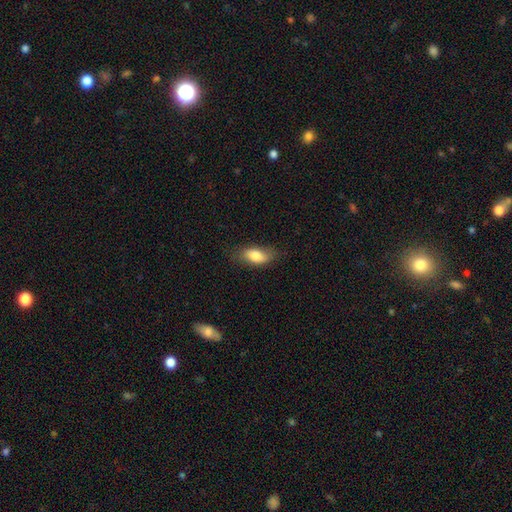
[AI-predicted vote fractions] Smooth or featured? Predicted: smooth (p=0.78). How rounded? Predicted: in between (p=0.86). Merging? Predicted: none (p=0.74).